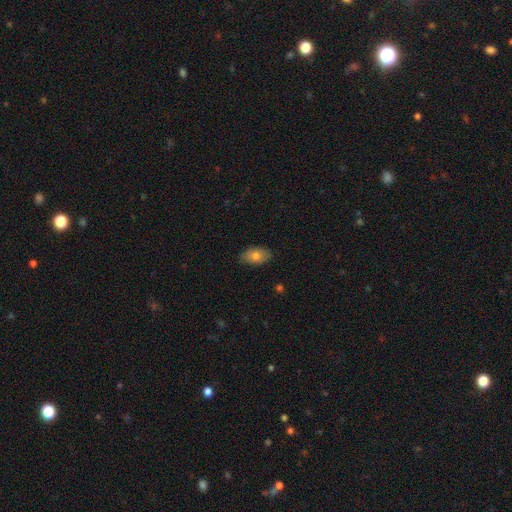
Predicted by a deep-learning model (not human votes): A smooth galaxy with no disk features (78%) that is in between round and cigar-shaped (91%). Merging: none (83%).